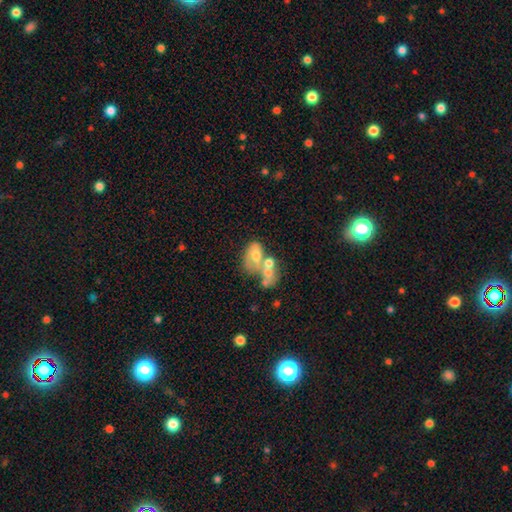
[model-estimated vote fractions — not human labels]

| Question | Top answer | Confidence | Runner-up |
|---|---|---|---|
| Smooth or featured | featured or disk | 45% | smooth (44%) |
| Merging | merger | 62% | none (16%) |